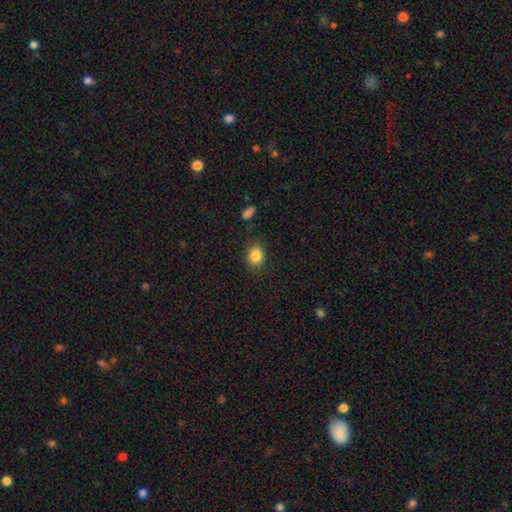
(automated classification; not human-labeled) Smooth or featured: smooth — 85% (star or artifact — 10%)
How rounded: round — 51% (in between — 48%)
Merging: none — 83% (minor disturbance — 12%)